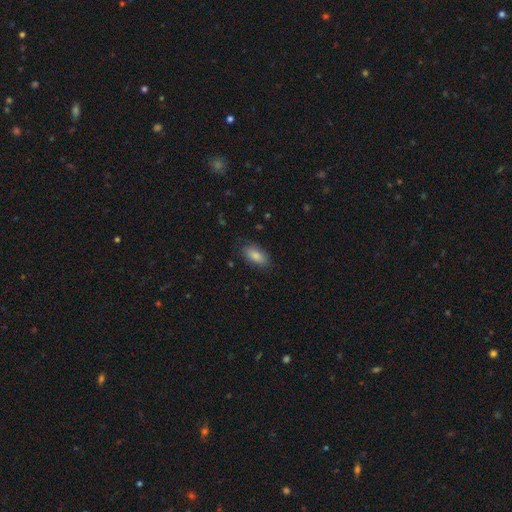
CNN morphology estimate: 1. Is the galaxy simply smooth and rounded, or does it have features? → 85% smooth, 8% featured or disk, 7% star or artifact.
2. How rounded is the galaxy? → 89% in between, 9% cigar-shaped, 3% round.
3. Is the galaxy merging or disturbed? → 83% none, 13% minor disturbance, 3% major disturbance, 1% merger.